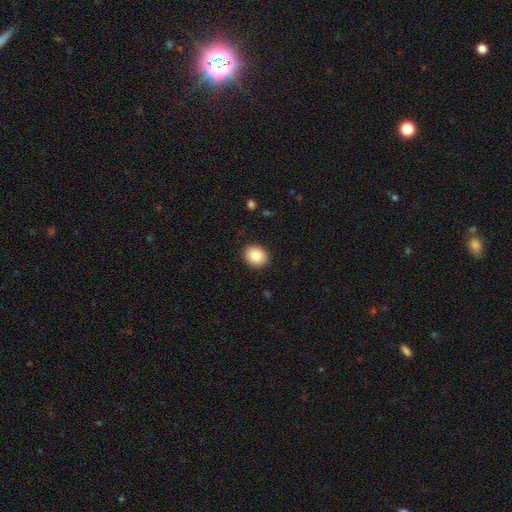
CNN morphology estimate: Q: Smooth or featured?
A: smooth (88%); runner-up: star or artifact (8%)
Q: How rounded?
A: round (57%); runner-up: in between (42%)
Q: Merging?
A: none (90%); runner-up: minor disturbance (7%)